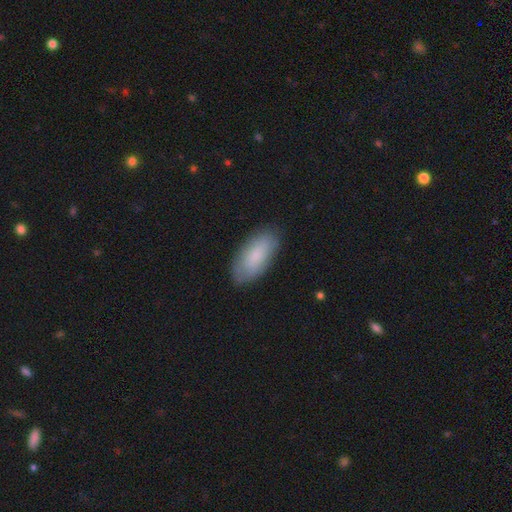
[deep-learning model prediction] Morphology: type=smooth (81%); roundness=in between (89%); merging=none (84%).